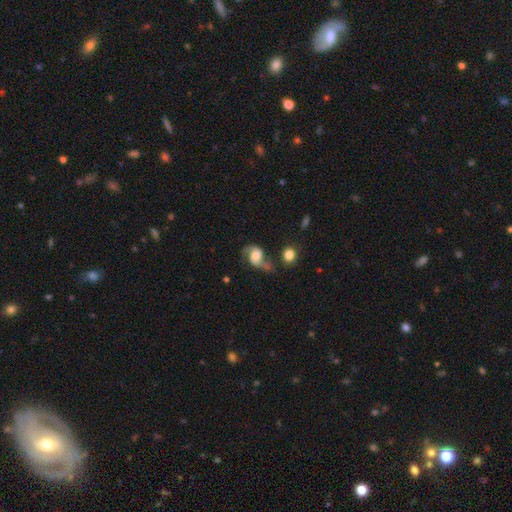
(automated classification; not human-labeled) This appears to be a featured or disk galaxy (77%) with no bar (59%), 2 (87%) loose (49%) spiral arms (94%) and a moderate central bulge (47%). Merging: none (48%).